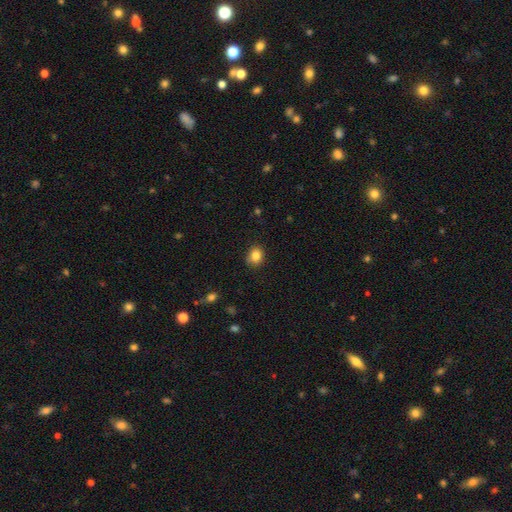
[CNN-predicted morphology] smooth-or-featured: smooth: 84% | star or artifact: 10% | featured or disk: 5%
  how-rounded: round: 62% | in between: 37% | cigar-shaped: 1%
  merging: none: 83% | minor disturbance: 14% | major disturbance: 2% | merger: 1%